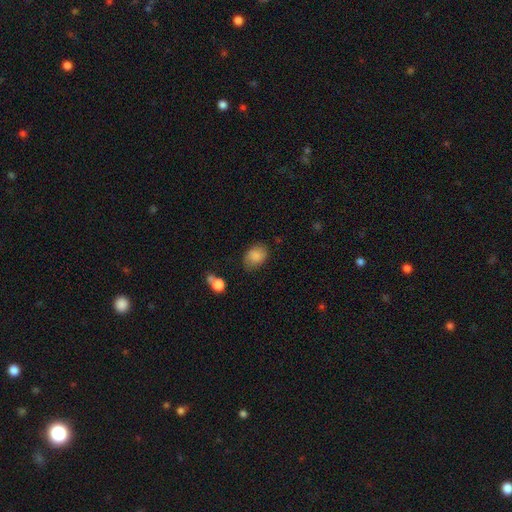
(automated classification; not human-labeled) Smooth or featured? smooth (85%)
How rounded? in between (69%)
Merging? none (73%)